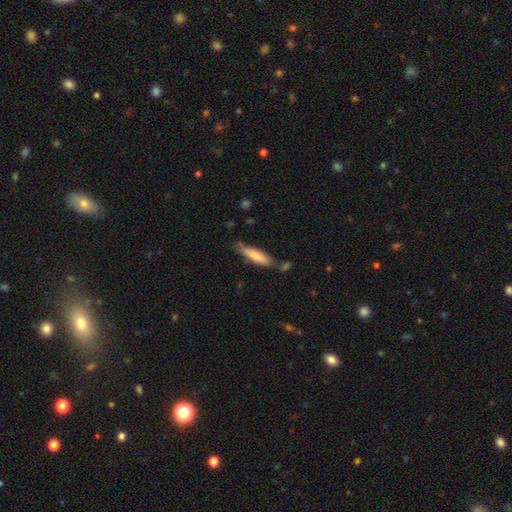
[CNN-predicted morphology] smooth-or-featured: smooth: 77% | featured or disk: 17% | star or artifact: 6%
  how-rounded: cigar-shaped: 71% | in between: 27% | round: 1%
  merging: none: 65% | minor disturbance: 21% | merger: 9% | major disturbance: 5%